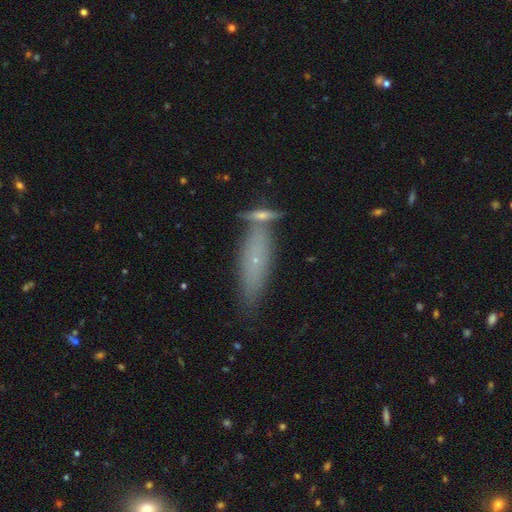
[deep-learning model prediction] A smooth galaxy with no disk features (54%) that is cigar-shaped (59%). Merging: none (61%).